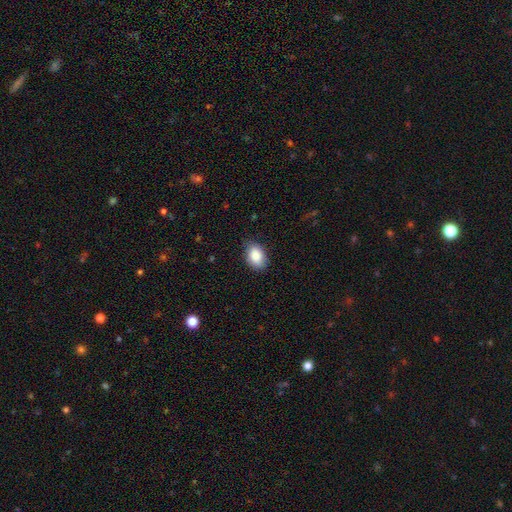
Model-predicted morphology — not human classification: Smooth or featured? smooth (87%)
How rounded? in between (85%)
Merging? none (78%)